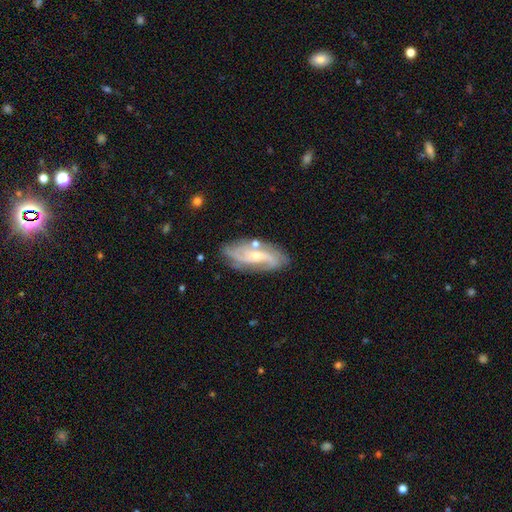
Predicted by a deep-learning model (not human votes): This is clearly a featured or disk galaxy (81%). It is clearly not viewed edge-on (91%). Bar: possibly no (54%). Spiral arm pattern: clearly yes (94%). Spiral arm count: marginally 2 (43%). Spiral winding: marginally medium (42%). Central bulge: likely small (62%). Merging: likely none (71%).